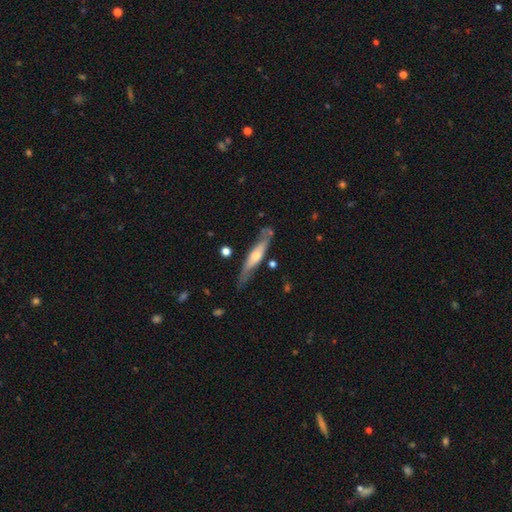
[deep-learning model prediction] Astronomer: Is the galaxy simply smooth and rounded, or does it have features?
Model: featured or disk — 52% (runner-up: smooth, 43%).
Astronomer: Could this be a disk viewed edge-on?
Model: yes — 80%.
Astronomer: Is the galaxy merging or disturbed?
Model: none — 73%.